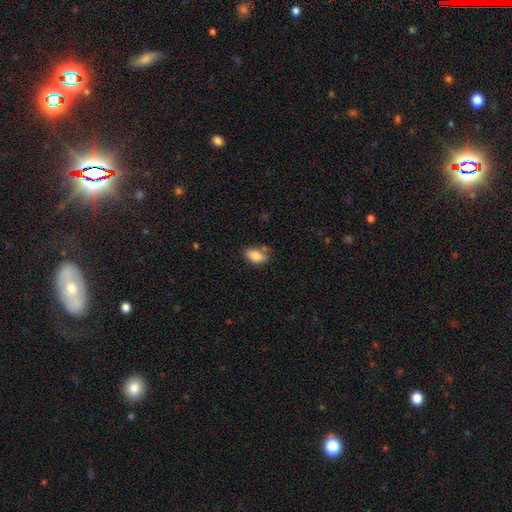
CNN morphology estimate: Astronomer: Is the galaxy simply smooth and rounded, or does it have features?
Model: smooth — 83%.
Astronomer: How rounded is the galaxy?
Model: in between — 90%.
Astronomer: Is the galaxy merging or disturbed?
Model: none — 66%.